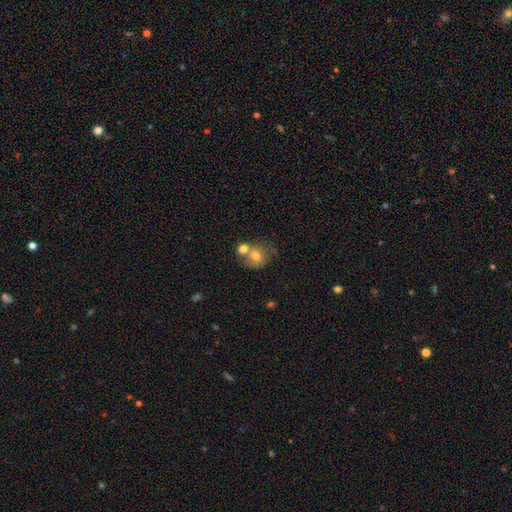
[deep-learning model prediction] Smooth or featured: smooth — 70% (featured or disk — 20%)
How rounded: round — 69% (in between — 30%)
Merging: merger — 46% (none — 38%)